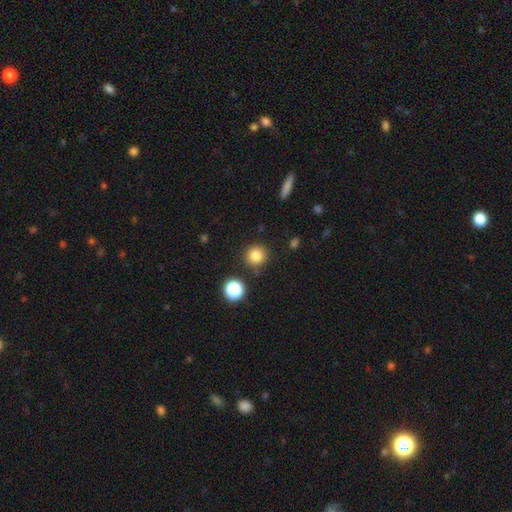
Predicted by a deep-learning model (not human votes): Q: Smooth or featured?
A: smooth (82%); runner-up: star or artifact (12%)
Q: How rounded?
A: round (93%); runner-up: in between (6%)
Q: Merging?
A: none (86%); runner-up: minor disturbance (8%)